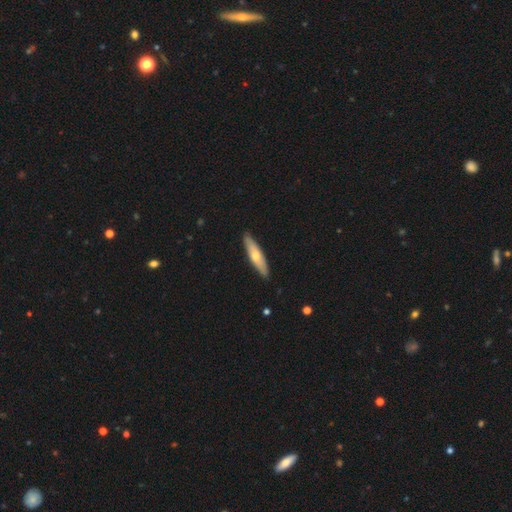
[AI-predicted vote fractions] Smooth or featured: smooth — 57% (featured or disk — 38%)
How rounded: cigar-shaped — 75% (in between — 23%)
Merging: none — 88% (minor disturbance — 9%)